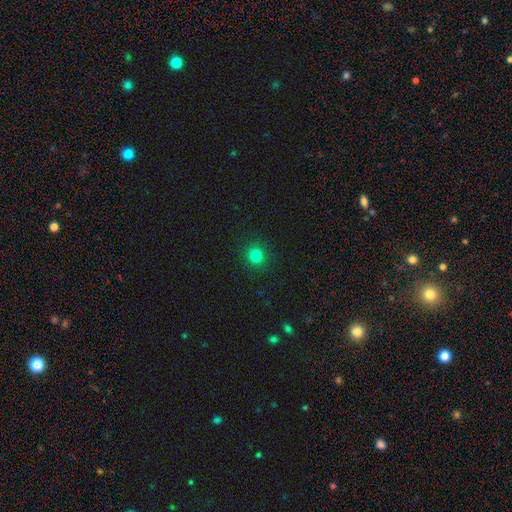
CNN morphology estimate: A smooth galaxy with no disk features (82%) that is round (90%).

Vote fractions:
- Smooth or featured? smooth: 82% / star or artifact: 14% / featured or disk: 4%
- How rounded? round: 90% / in between: 9% / cigar-shaped: 1%
- Merging? none: 91% / minor disturbance: 6% / major disturbance: 2% / merger: 1%